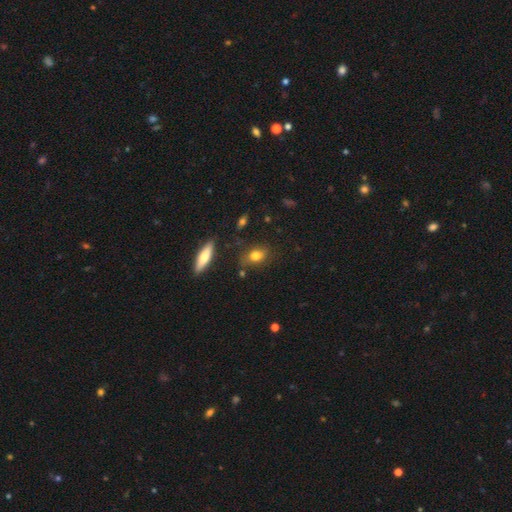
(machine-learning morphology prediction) Smooth or featured? Predicted: smooth (p=0.77). How rounded? Predicted: in between (p=0.73). Merging? Predicted: none (p=0.74).